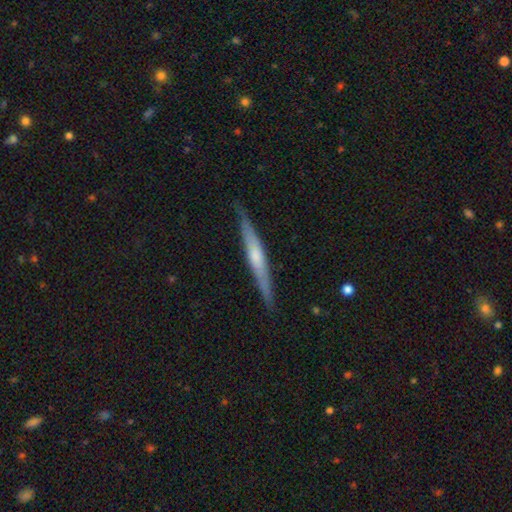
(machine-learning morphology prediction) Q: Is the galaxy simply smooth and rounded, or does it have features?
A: featured or disk — 64%.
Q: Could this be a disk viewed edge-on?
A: yes — 97%.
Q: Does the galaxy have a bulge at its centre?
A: rounded — 58%.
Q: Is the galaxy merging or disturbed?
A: none — 88%.